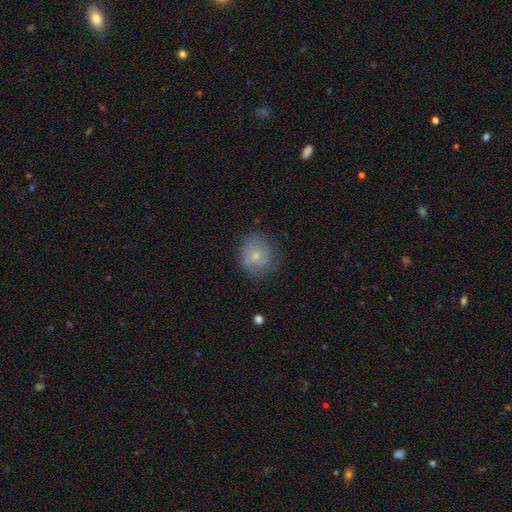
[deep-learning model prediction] Overall: smooth (58%; featured or disk 34%). How rounded: round (81%). Merging: none (72%).